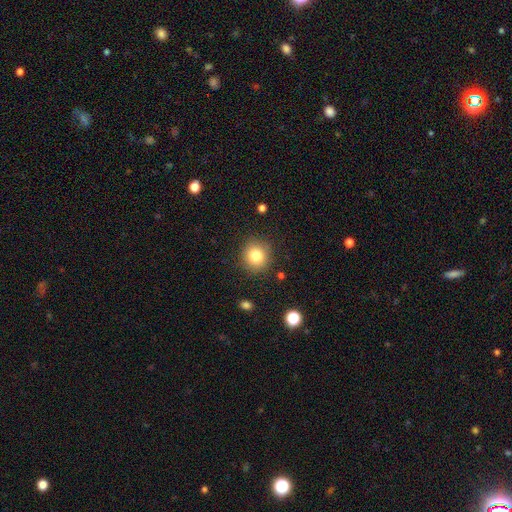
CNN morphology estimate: This appears to be a smooth galaxy with no disk features (82%) that is round (88%). Merging: none (88%).